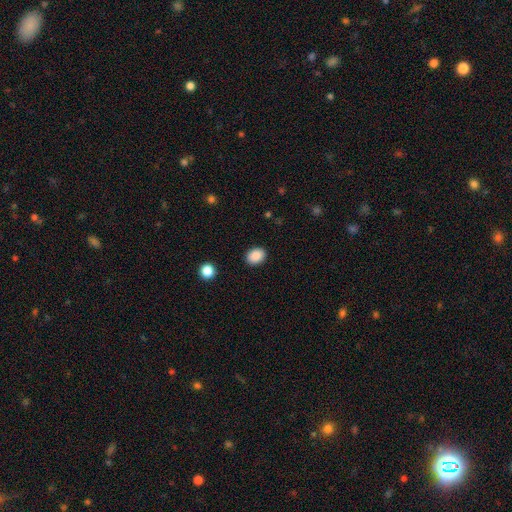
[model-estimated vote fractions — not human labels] smooth_or_featured: smooth (p=0.89) [alt: star or artifact p=0.09]
how_rounded: in between (p=0.57) [alt: round p=0.42]
merging: none (p=0.89) [alt: minor disturbance p=0.07]